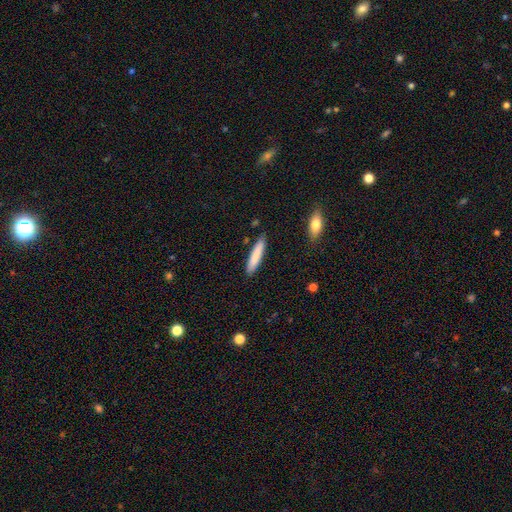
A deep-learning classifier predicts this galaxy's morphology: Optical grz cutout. It shows a smooth galaxy with no disk features (82%) that is cigar-shaped (87%). Merging: none (86%).